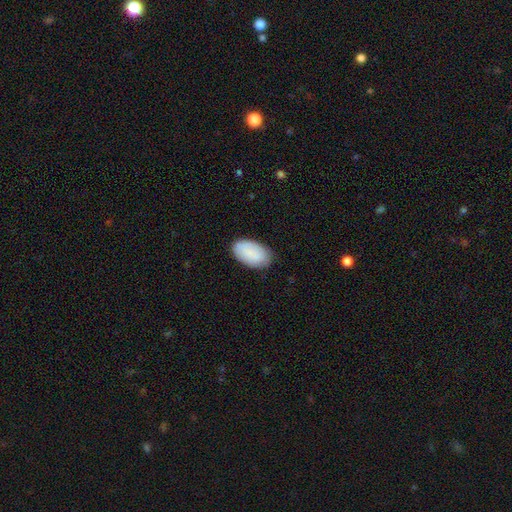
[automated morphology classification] Smooth or featured? Predicted: smooth (p=0.84). How rounded? Predicted: in between (p=0.95). Merging? Predicted: none (p=0.80).